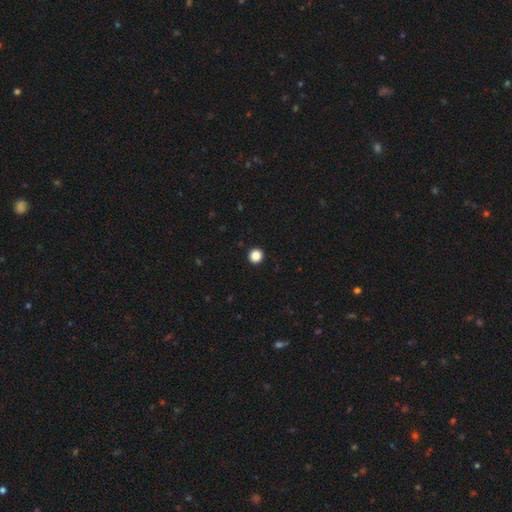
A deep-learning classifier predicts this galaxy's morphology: type=smooth (87%); roundness=round (95%); merging=none (94%).